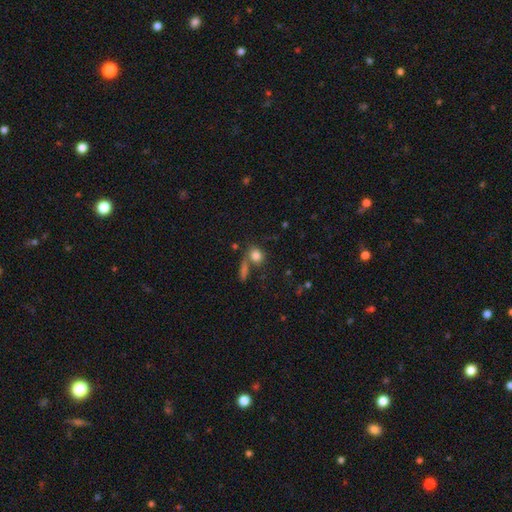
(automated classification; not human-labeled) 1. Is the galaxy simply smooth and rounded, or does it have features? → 81% smooth, 11% star or artifact, 8% featured or disk.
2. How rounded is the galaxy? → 62% round, 35% in between, 4% cigar-shaped.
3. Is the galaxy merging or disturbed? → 60% none, 22% merger, 12% minor disturbance, 5% major disturbance.